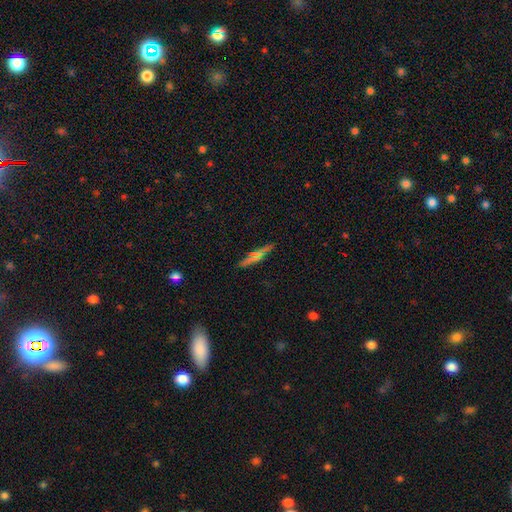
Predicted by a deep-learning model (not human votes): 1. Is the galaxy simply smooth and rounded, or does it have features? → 54% smooth, 26% featured or disk, 20% star or artifact.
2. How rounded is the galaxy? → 74% cigar-shaped, 20% in between, 6% round.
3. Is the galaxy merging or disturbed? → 87% none, 9% minor disturbance, 2% major disturbance, 2% merger.